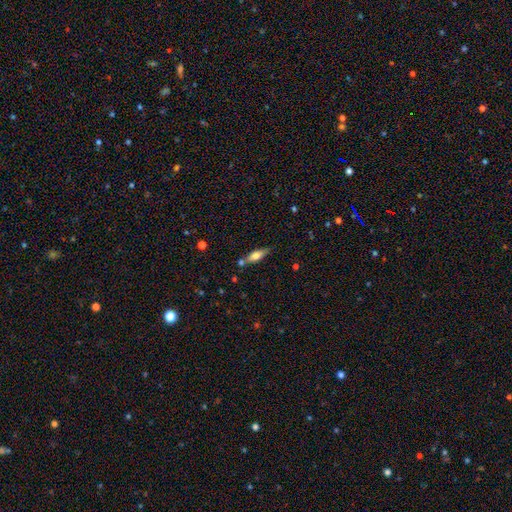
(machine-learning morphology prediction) smooth 57%, featured or disk 36%, star or artifact 7%. Down the decision tree: how rounded — in between (53%); merging — none (70%).